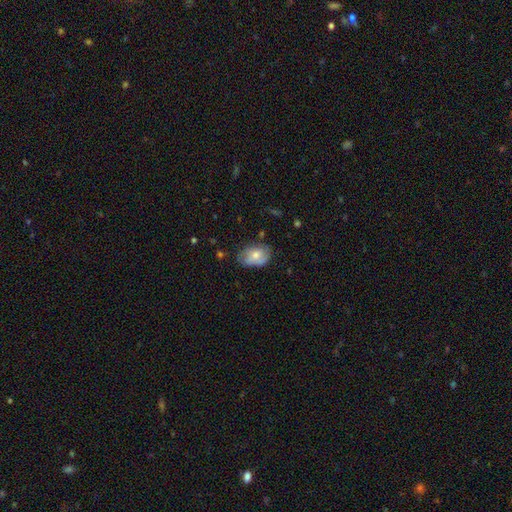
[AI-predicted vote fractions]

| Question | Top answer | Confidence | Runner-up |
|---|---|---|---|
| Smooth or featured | smooth | 64% | featured or disk (29%) |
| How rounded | in between | 82% | round (17%) |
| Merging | none | 55% | minor disturbance (33%) |